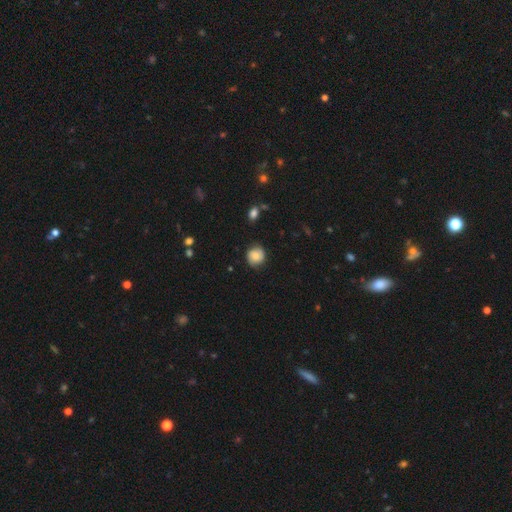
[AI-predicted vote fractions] smooth_or_featured: smooth (p=0.66) [alt: featured or disk p=0.25]
how_rounded: round (p=0.86) [alt: in between p=0.13]
merging: none (p=0.78) [alt: minor disturbance p=0.16]